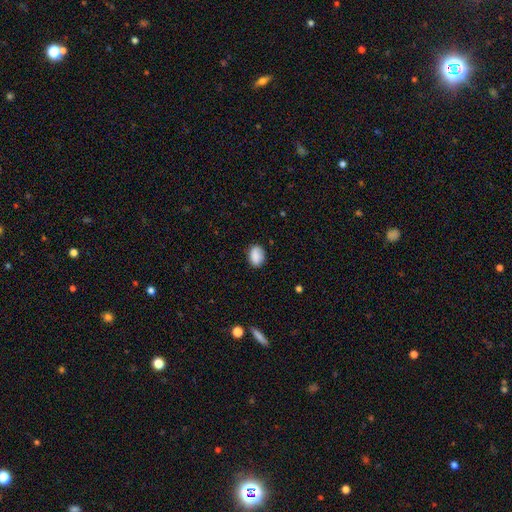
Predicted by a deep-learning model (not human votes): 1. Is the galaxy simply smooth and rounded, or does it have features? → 87% smooth, 7% star or artifact, 5% featured or disk.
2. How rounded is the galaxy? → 76% in between, 22% round, 1% cigar-shaped.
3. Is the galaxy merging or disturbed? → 80% none, 15% minor disturbance, 3% major disturbance, 1% merger.